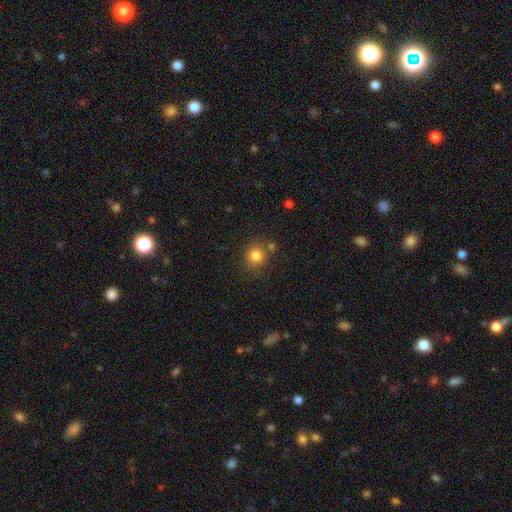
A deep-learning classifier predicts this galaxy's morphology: Smooth or featured?
  - smooth: 82% *
  - star or artifact: 12%
  - featured or disk: 6%
How rounded?
  - round: 88% *
  - in between: 12%
  - cigar-shaped: 1%
Merging?
  - none: 76% *
  - minor disturbance: 11%
  - merger: 10%
  - major disturbance: 4%